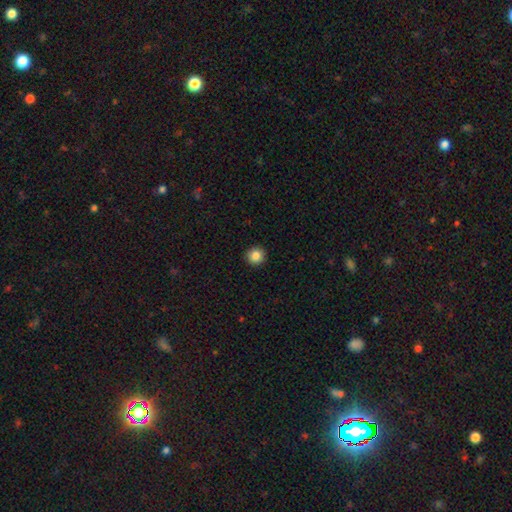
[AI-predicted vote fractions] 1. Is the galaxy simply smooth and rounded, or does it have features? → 86% smooth, 10% star or artifact, 5% featured or disk.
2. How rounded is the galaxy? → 94% round, 5% in between, 1% cigar-shaped.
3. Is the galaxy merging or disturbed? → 93% none, 5% minor disturbance, 2% major disturbance, 1% merger.